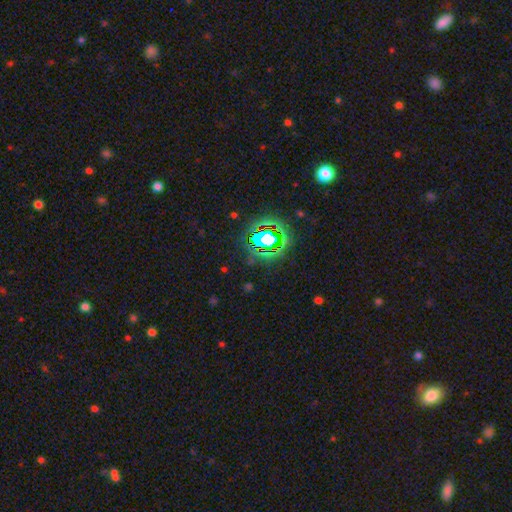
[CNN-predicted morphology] Overall: star or artifact (70%).